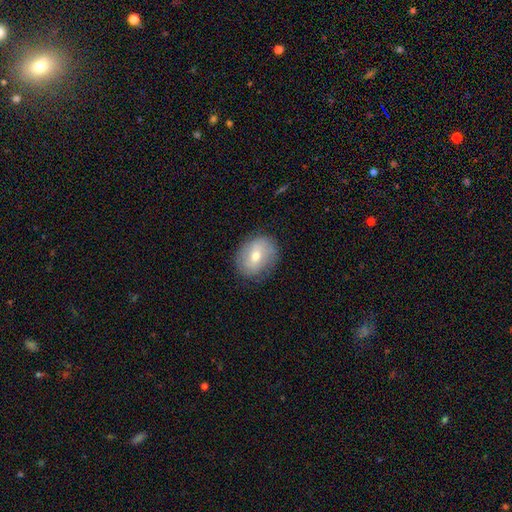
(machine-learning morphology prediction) smooth_or_featured: smooth (p=0.58) [alt: featured or disk p=0.34]
how_rounded: in between (p=0.55) [alt: round p=0.44]
merging: none (p=0.81) [alt: minor disturbance p=0.14]